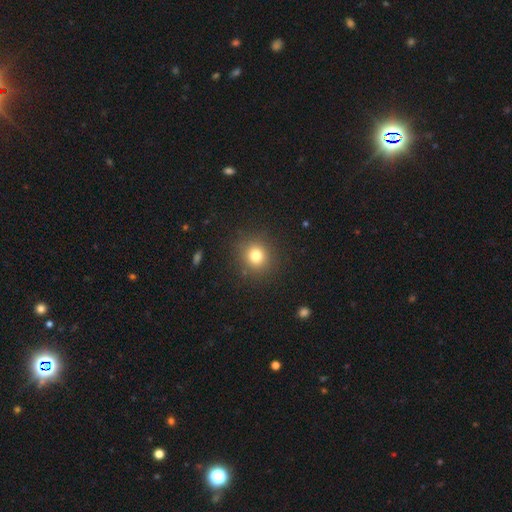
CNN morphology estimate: Smooth or featured?
  - smooth: 78% *
  - star or artifact: 14%
  - featured or disk: 8%
How rounded?
  - round: 86% *
  - in between: 13%
  - cigar-shaped: 1%
Merging?
  - none: 89% *
  - minor disturbance: 7%
  - major disturbance: 3%
  - merger: 1%